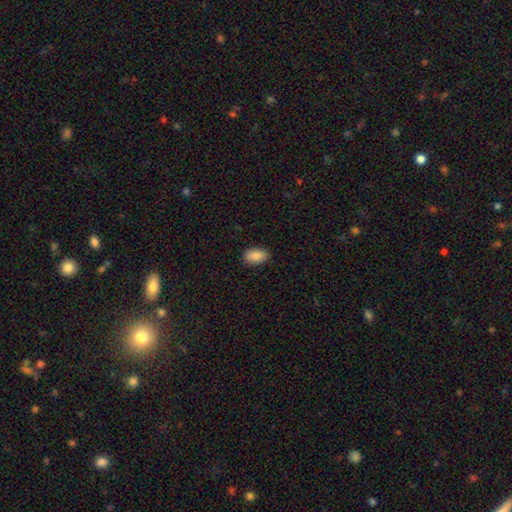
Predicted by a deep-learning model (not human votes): Smooth or featured?
  - smooth: 88% *
  - star or artifact: 7%
  - featured or disk: 5%
How rounded?
  - in between: 92% *
  - round: 6%
  - cigar-shaped: 2%
Merging?
  - none: 88% *
  - minor disturbance: 9%
  - major disturbance: 2%
  - merger: 1%